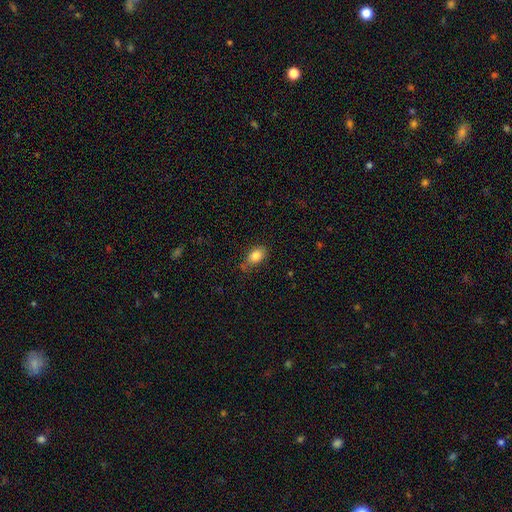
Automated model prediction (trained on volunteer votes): This is clearly a smooth galaxy (85%). How rounded: clearly in between (84%). Merging: likely none (67%).